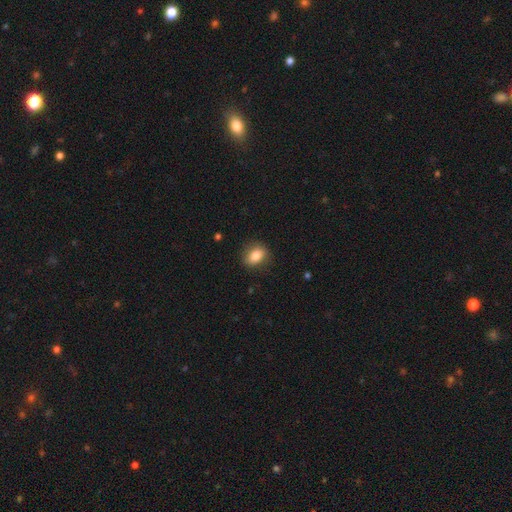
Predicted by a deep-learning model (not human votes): A smooth galaxy with no disk features (81%) that is in between round and cigar-shaped (69%).

Vote fractions:
- Smooth or featured? smooth: 81% / featured or disk: 10% / star or artifact: 9%
- How rounded? in between: 69% / round: 29% / cigar-shaped: 2%
- Merging? none: 84% / minor disturbance: 12% / major disturbance: 3% / merger: 1%